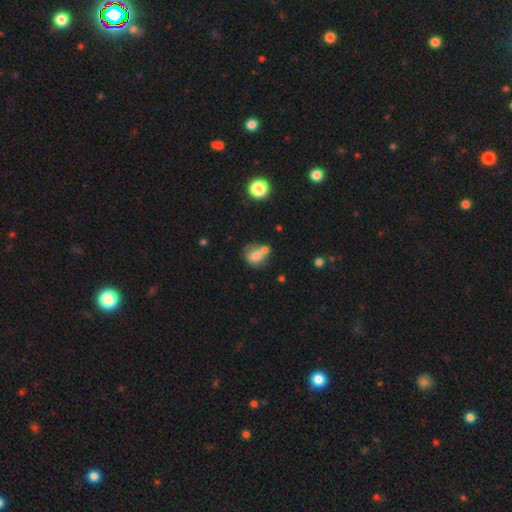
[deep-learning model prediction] The model was most divided on "merging": none: 41%, merger: 39%, minor disturbance: 15%, major disturbance: 6%. More confident: smooth or featured — smooth (74%); how rounded — round (67%).